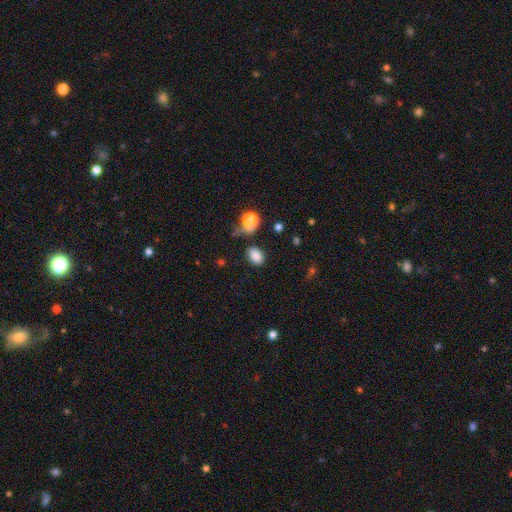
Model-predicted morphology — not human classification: Q: Smooth or featured?
A: smooth (84%); runner-up: star or artifact (12%)
Q: How rounded?
A: in between (79%); runner-up: round (19%)
Q: Merging?
A: none (72%); runner-up: minor disturbance (17%)